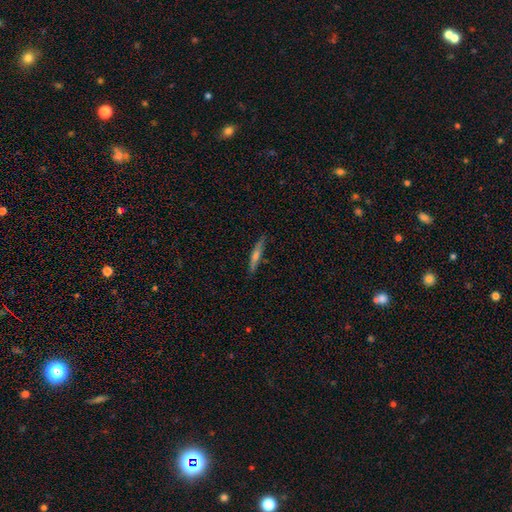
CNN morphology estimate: This appears to be a featured or disk galaxy (51%) viewed edge-on (94%). Merging: none (84%).